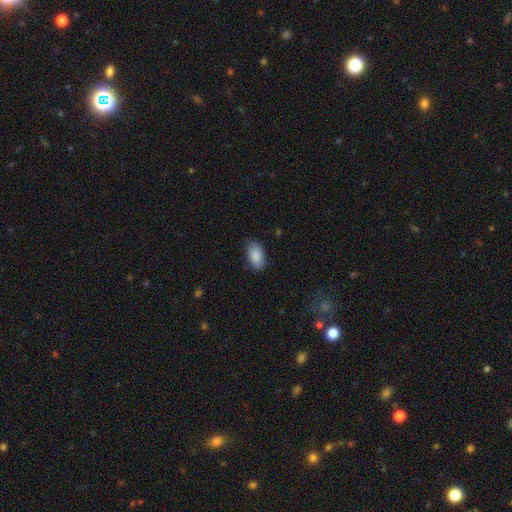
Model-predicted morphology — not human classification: Smooth or featured? Predicted: smooth (p=0.89). How rounded? Predicted: in between (p=0.94). Merging? Predicted: none (p=0.85).